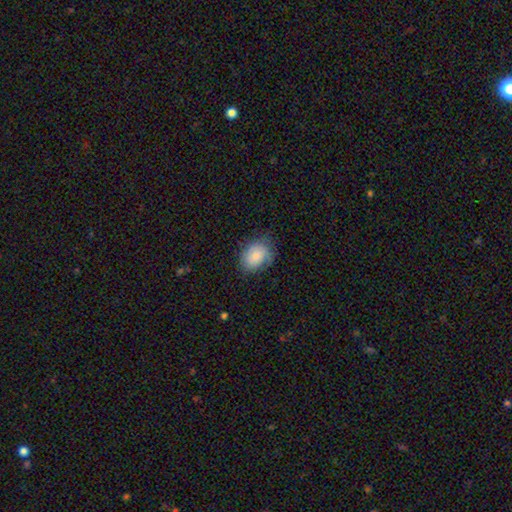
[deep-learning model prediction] This is likely a smooth galaxy (75%). How rounded: likely in between (65%). Merging: likely none (65%).